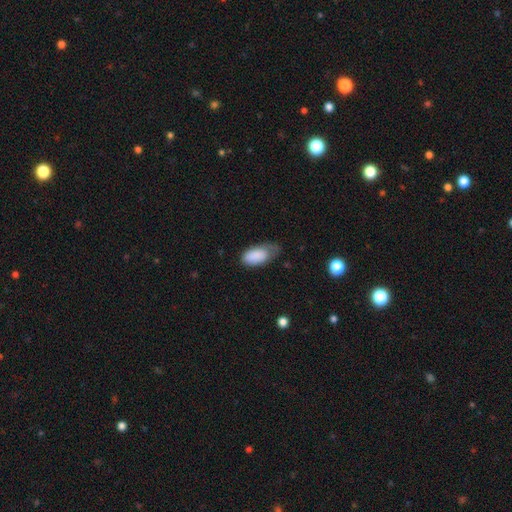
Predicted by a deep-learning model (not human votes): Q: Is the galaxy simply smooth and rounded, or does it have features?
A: smooth — 86%.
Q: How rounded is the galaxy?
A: in between — 94%.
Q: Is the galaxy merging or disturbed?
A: minor disturbance — 42%.